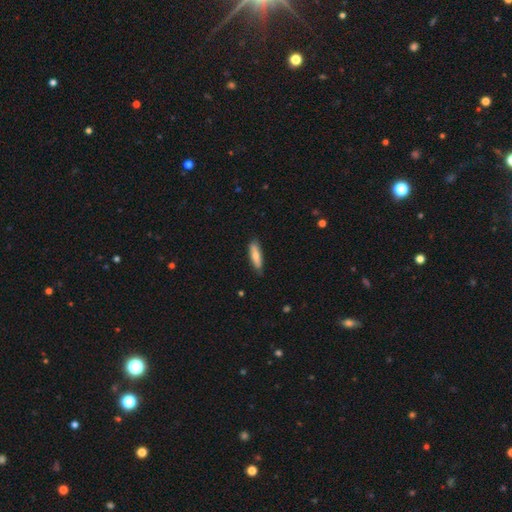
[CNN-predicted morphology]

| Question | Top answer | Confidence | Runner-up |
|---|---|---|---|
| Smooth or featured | smooth | 73% | featured or disk (21%) |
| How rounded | cigar-shaped | 66% | in between (33%) |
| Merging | none | 83% | minor disturbance (14%) |